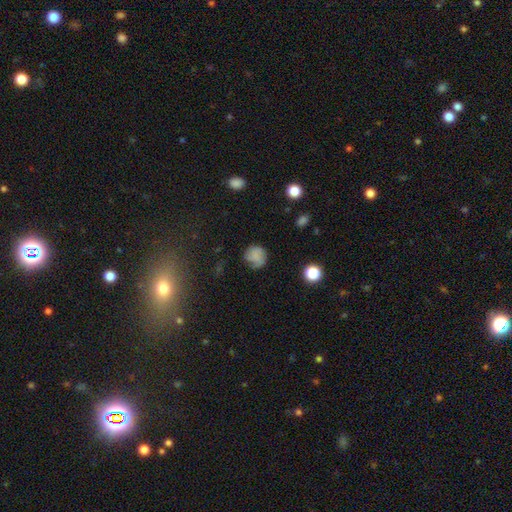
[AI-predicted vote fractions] smooth 65%, featured or disk 23%, star or artifact 12%. Down the decision tree: how rounded — round (82%); merging — none (61%).